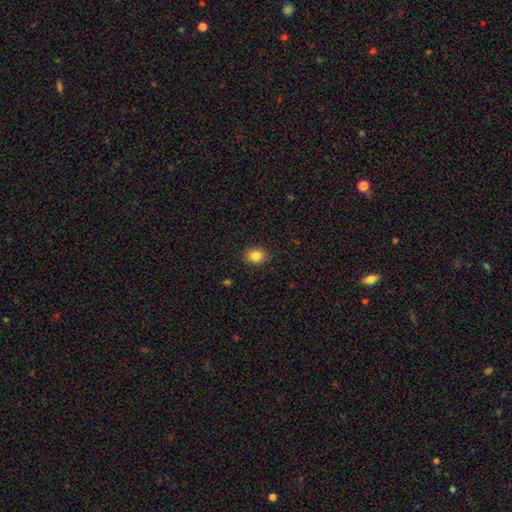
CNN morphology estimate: A smooth galaxy with no disk features (84%) that is round (57%). Merging: none (88%).